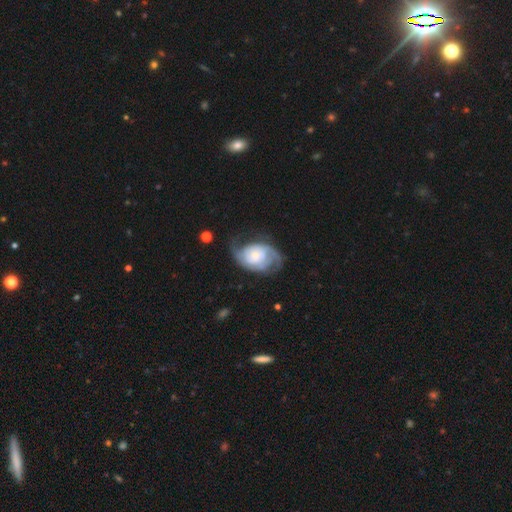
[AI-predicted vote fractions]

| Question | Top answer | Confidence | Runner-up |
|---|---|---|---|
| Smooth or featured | featured or disk | 78% | smooth (16%) |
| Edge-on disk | no | 97% | yes (3%) |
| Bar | no | 70% | weak (26%) |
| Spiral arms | yes | 92% | no (8%) |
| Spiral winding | medium | 41% | tight (35%) |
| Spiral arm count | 2 | 63% | can't tell (18%) |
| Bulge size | small | 51% | moderate (29%) |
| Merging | none | 52% | minor disturbance (24%) |